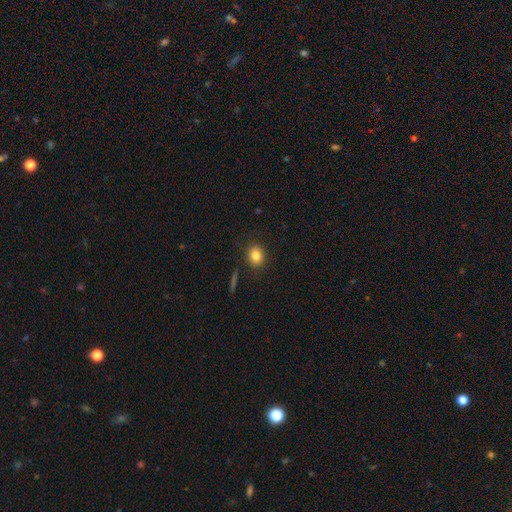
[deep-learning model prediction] Overall: smooth (83%). How rounded: round (68%; in between 31%). Merging: none (88%).